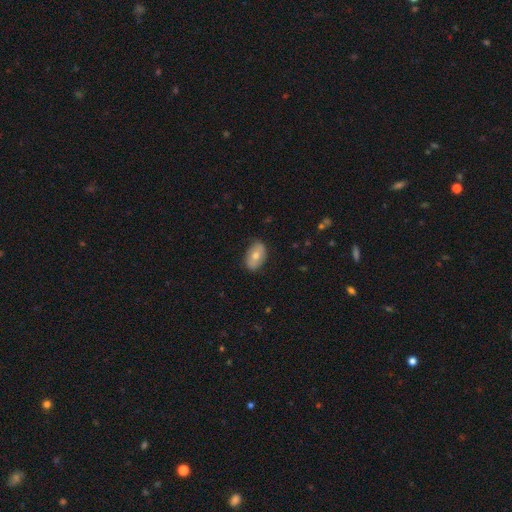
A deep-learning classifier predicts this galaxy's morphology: A smooth galaxy with no disk features (64%) that is in between round and cigar-shaped (91%). Merging: none (82%).